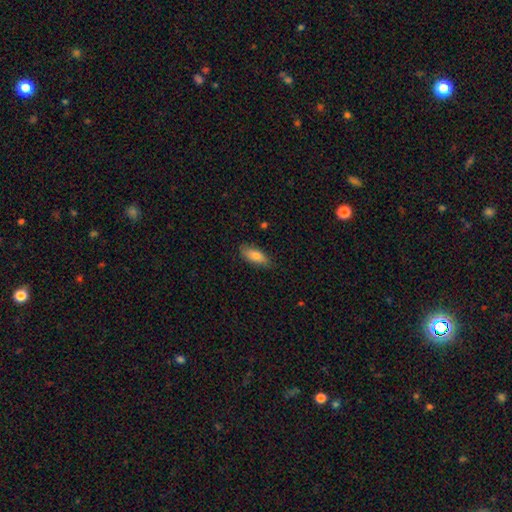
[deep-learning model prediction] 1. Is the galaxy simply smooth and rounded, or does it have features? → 80% smooth, 14% featured or disk, 6% star or artifact.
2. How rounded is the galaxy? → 75% in between, 22% cigar-shaped, 2% round.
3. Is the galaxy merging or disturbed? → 81% none, 16% minor disturbance, 2% major disturbance, 1% merger.